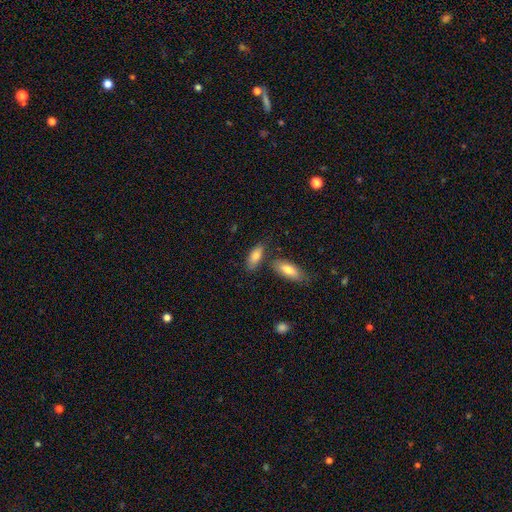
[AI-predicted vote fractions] The model was most divided on "merging": none: 64%, minor disturbance: 17%, merger: 14%, major disturbance: 4%. More confident: how rounded — in between (83%); smooth or featured — smooth (81%).